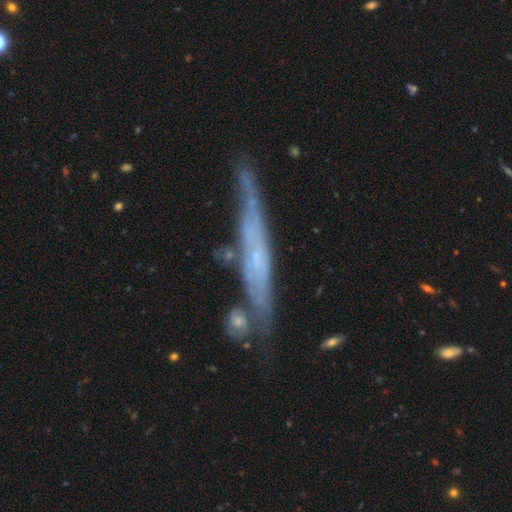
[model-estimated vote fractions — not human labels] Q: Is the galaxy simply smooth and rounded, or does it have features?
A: featured or disk — 66%.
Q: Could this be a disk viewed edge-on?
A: yes — 83%.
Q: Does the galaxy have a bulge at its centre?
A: none — 70%.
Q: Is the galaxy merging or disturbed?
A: none — 67%.